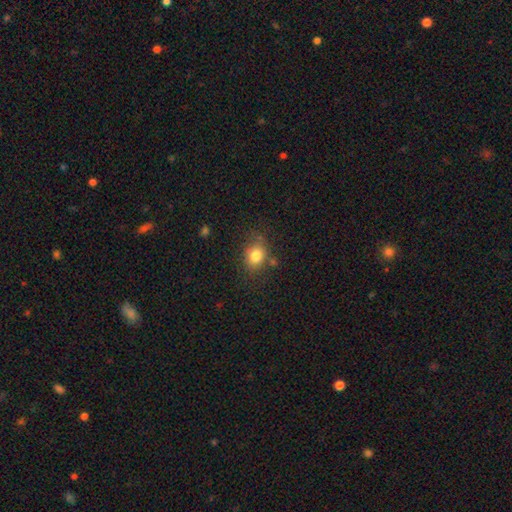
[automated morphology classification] smooth_or_featured: smooth (p=0.81) [alt: star or artifact p=0.10]
how_rounded: in between (p=0.50) [alt: round p=0.49]
merging: none (p=0.73) [alt: minor disturbance p=0.17]